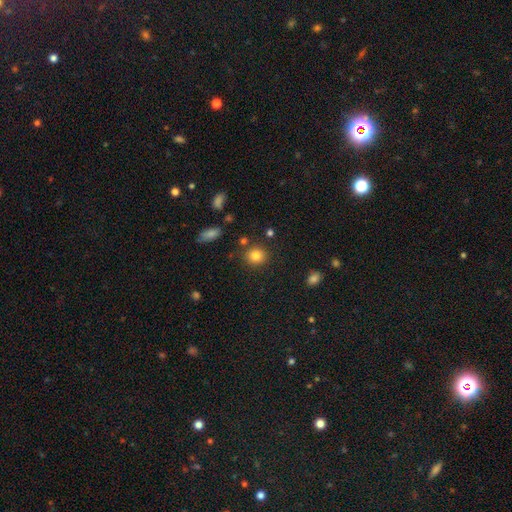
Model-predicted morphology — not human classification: This is clearly a smooth galaxy (83%). How rounded: clearly round (84%). Merging: clearly none (86%).